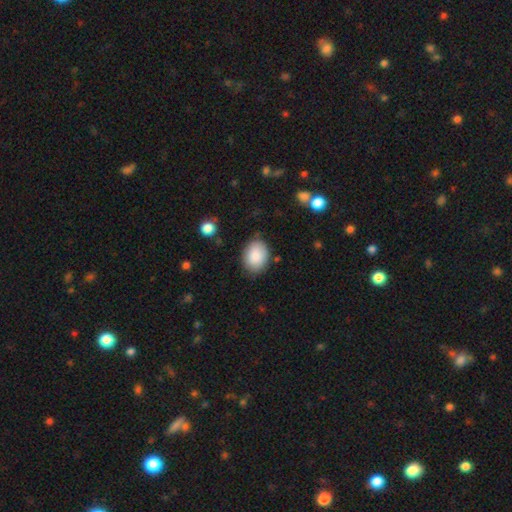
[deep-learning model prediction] smooth 88%, star or artifact 7%, featured or disk 5%. Down the decision tree: how rounded — in between (67%); merging — none (80%).